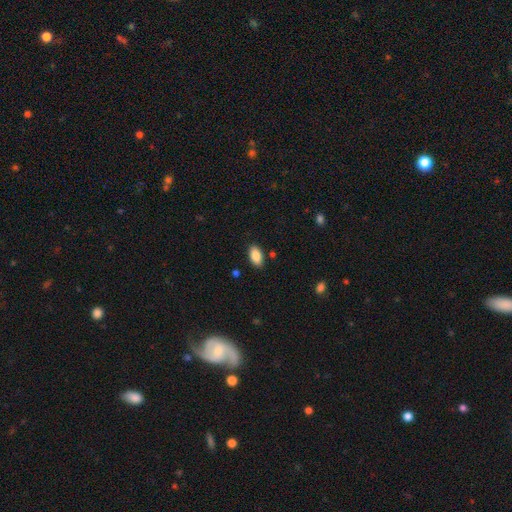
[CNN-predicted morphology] Q: Smooth or featured?
A: smooth (87%); runner-up: star or artifact (7%)
Q: How rounded?
A: in between (94%); runner-up: round (3%)
Q: Merging?
A: none (87%); runner-up: minor disturbance (9%)